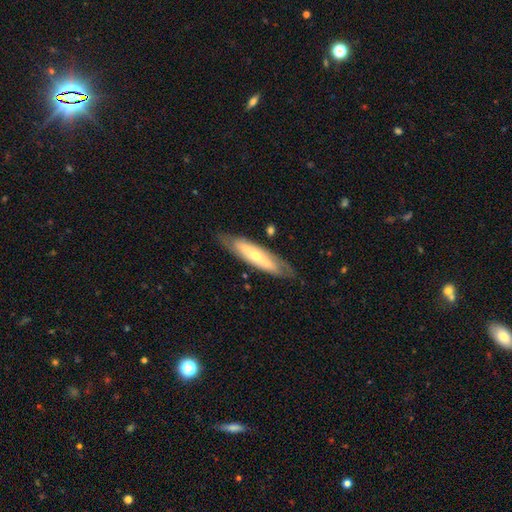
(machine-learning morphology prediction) featured or disk 53%, smooth 42%, star or artifact 5%. Down the decision tree: edge-on disk — no (58%); merging — none (77%).